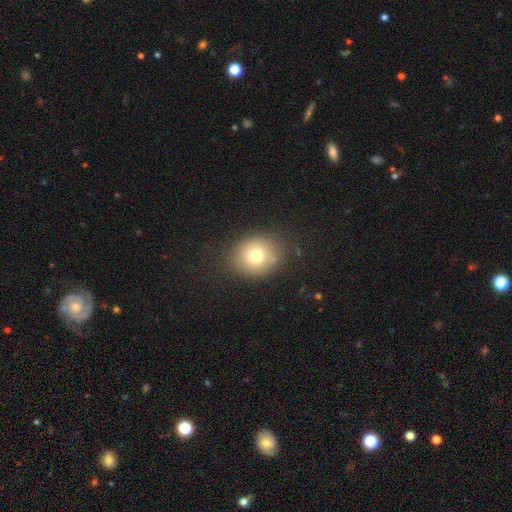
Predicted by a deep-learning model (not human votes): Q: Smooth or featured?
A: smooth (75%); runner-up: featured or disk (13%)
Q: How rounded?
A: round (70%); runner-up: in between (29%)
Q: Merging?
A: none (80%); runner-up: minor disturbance (14%)